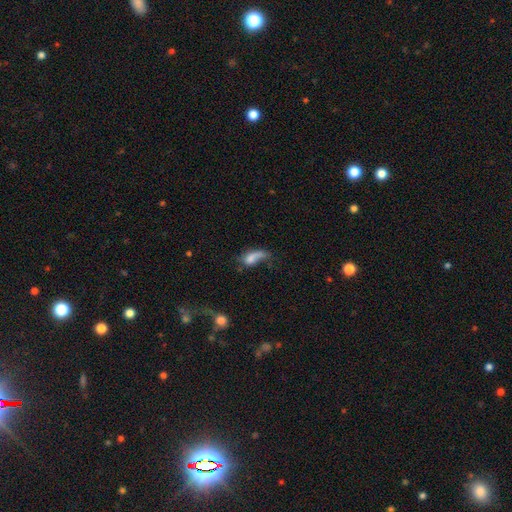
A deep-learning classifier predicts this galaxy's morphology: Overall: smooth (61%; featured or disk 28%). How rounded: in between (75%). Merging: major disturbance (38%; none 26%).